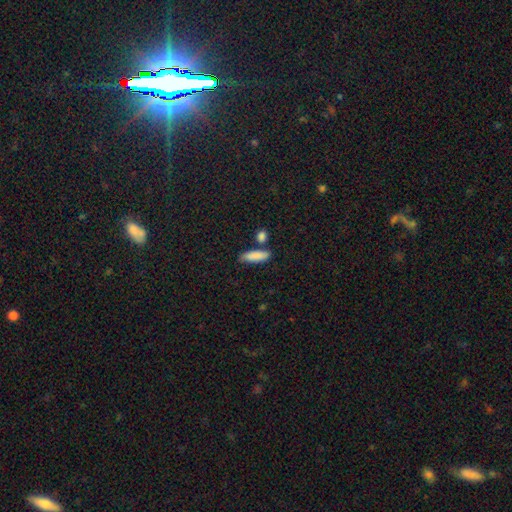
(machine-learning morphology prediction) The model was most divided on "how rounded" (2-way tie): in between: 49%, cigar-shaped: 49%, round: 3%. More confident: smooth or featured — smooth (85%); merging — none (70%).